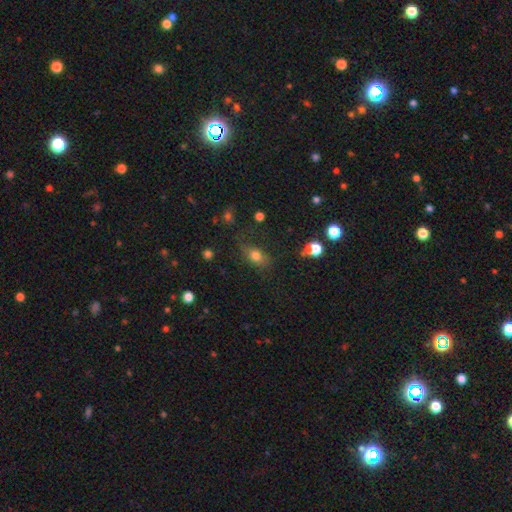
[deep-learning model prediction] smooth-or-featured: smooth: 73% | featured or disk: 14% | star or artifact: 13%
  how-rounded: in between: 72% | round: 23% | cigar-shaped: 5%
  merging: none: 63% | minor disturbance: 23% | major disturbance: 11% | merger: 3%